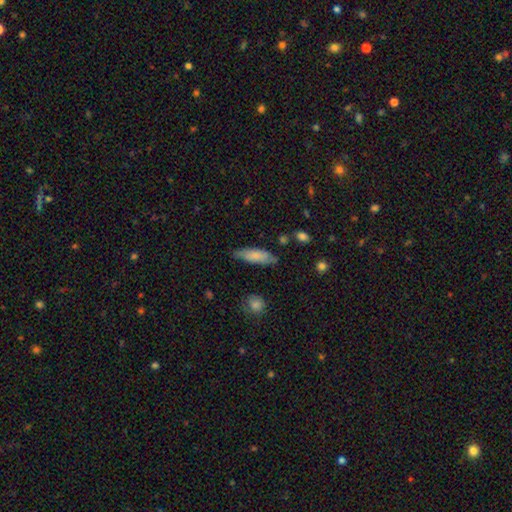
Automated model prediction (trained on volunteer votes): Smooth or featured: smooth — 79% (featured or disk — 15%)
How rounded: in between — 52% (cigar-shaped — 46%)
Merging: none — 75% (minor disturbance — 20%)